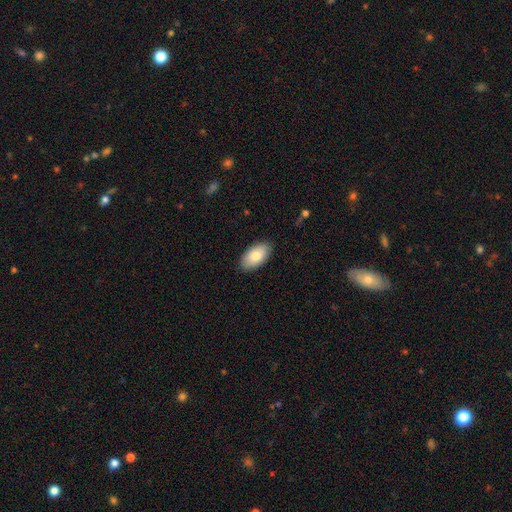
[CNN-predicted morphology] A smooth galaxy with no disk features (81%) that is in between round and cigar-shaped (95%). Merging: none (87%).